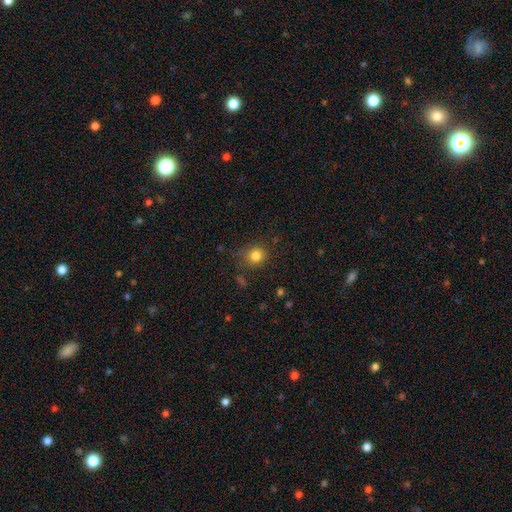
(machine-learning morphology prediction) Q: Smooth or featured?
A: smooth (82%); runner-up: star or artifact (13%)
Q: How rounded?
A: round (85%); runner-up: in between (14%)
Q: Merging?
A: none (79%); runner-up: minor disturbance (14%)